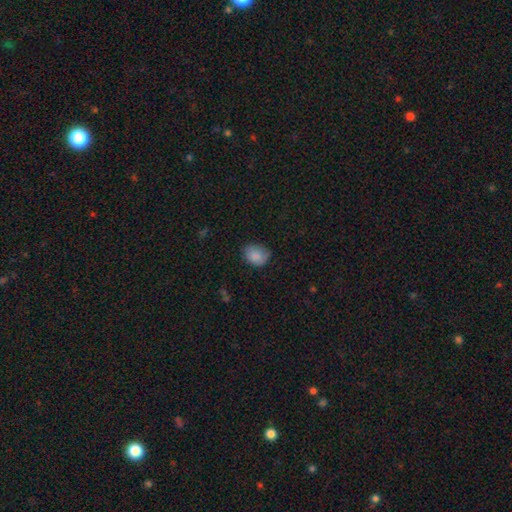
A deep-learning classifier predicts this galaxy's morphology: Smooth or featured? Predicted: smooth (p=0.87). How rounded? Predicted: in between (p=0.50). Merging? Predicted: none (p=0.73).